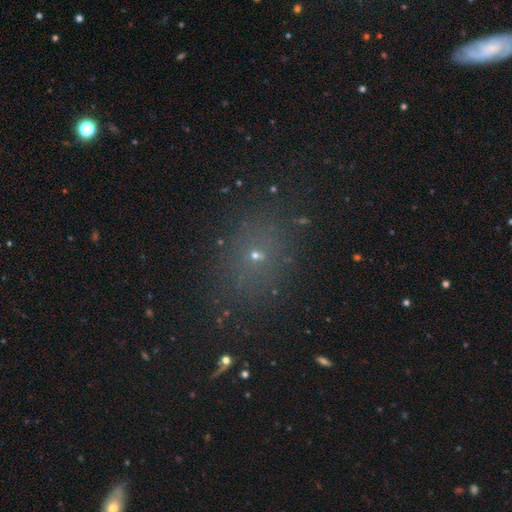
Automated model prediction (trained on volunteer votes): Morphology: type=smooth (51%); roundness=round (58%); merging=none (79%).